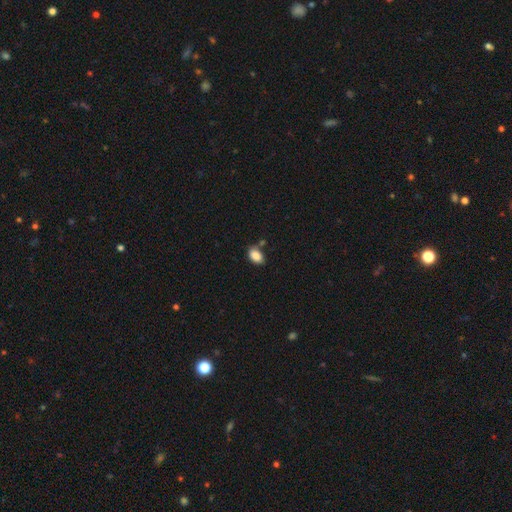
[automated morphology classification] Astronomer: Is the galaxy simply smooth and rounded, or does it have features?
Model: smooth — 87%.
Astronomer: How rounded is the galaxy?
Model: in between — 86%.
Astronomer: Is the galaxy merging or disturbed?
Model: none — 63%.